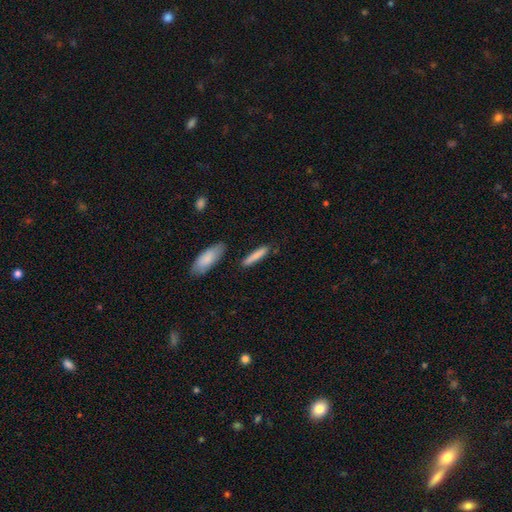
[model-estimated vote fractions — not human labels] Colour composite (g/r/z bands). It shows a smooth galaxy with no disk features (82%) that is cigar-shaped (85%). Merging: none (83%).